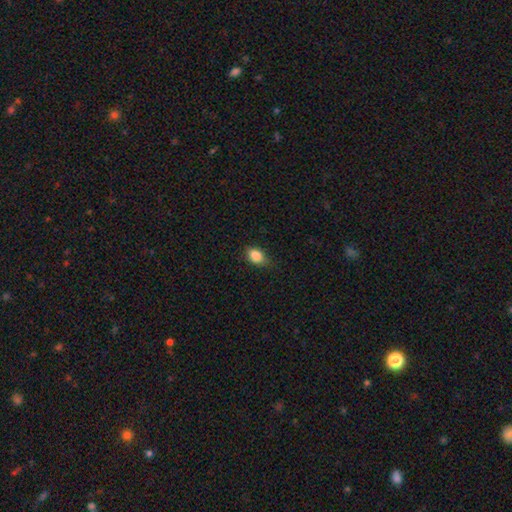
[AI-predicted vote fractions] Q: Smooth or featured?
A: smooth (86%); runner-up: star or artifact (9%)
Q: How rounded?
A: in between (79%); runner-up: round (19%)
Q: Merging?
A: none (72%); runner-up: minor disturbance (23%)